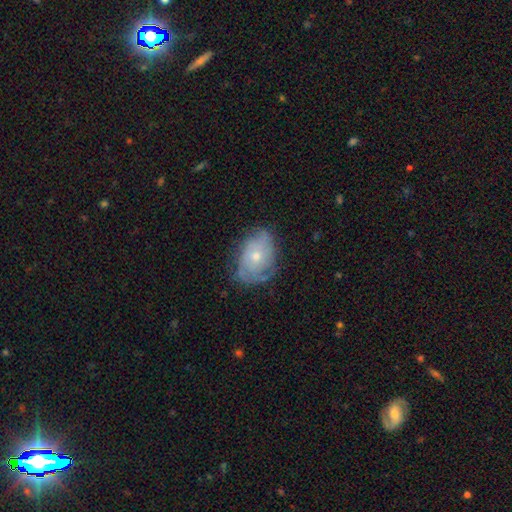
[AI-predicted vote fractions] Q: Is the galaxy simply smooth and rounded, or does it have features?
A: featured or disk — 62%.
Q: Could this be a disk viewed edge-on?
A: no — 96%.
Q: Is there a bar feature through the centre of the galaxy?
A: no — 83%.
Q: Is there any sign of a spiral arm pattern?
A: yes — 78%.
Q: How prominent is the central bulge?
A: small — 48%, tied with moderate.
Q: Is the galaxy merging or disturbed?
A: none — 62%.